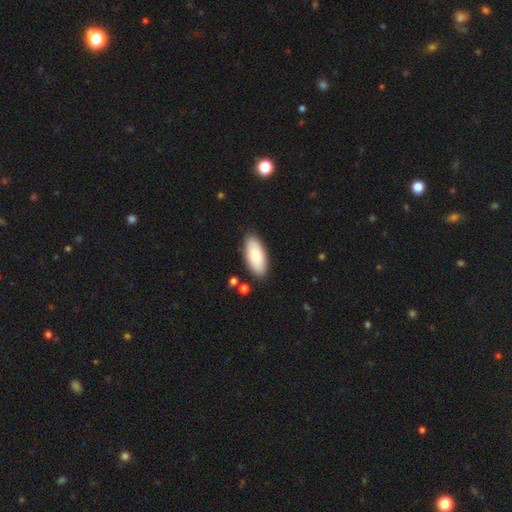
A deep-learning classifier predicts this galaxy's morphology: Smooth or featured? Predicted: smooth (p=0.83). How rounded? Predicted: in between (p=0.87). Merging? Predicted: none (p=0.86).